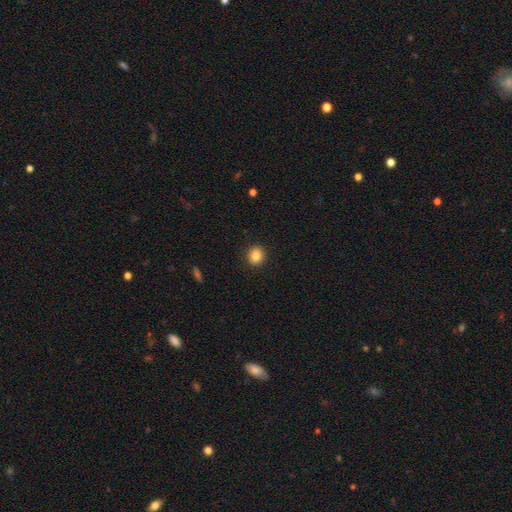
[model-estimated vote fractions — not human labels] smooth_or_featured: smooth (p=0.85) [alt: star or artifact p=0.10]
how_rounded: round (p=0.72) [alt: in between p=0.27]
merging: none (p=0.91) [alt: minor disturbance p=0.06]